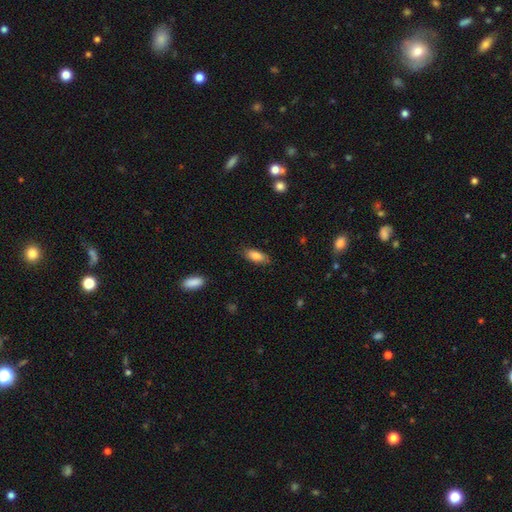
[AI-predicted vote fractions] smooth 82%, featured or disk 11%, star or artifact 7%. Down the decision tree: how rounded — in between (83%); merging — none (82%).